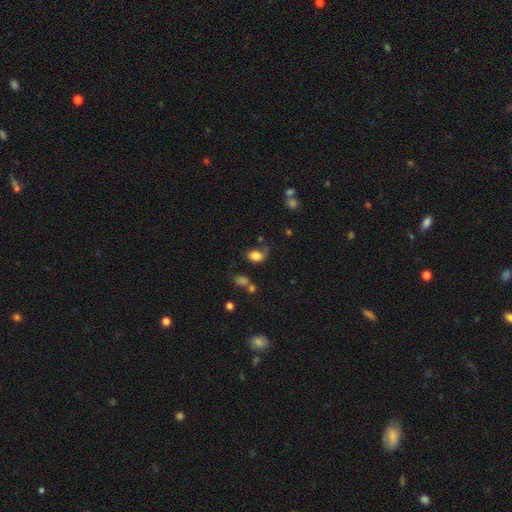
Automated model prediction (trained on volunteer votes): smooth_or_featured: smooth (p=0.80) [alt: star or artifact p=0.11]
how_rounded: in between (p=0.64) [alt: round p=0.34]
merging: none (p=0.52) [alt: minor disturbance p=0.26]